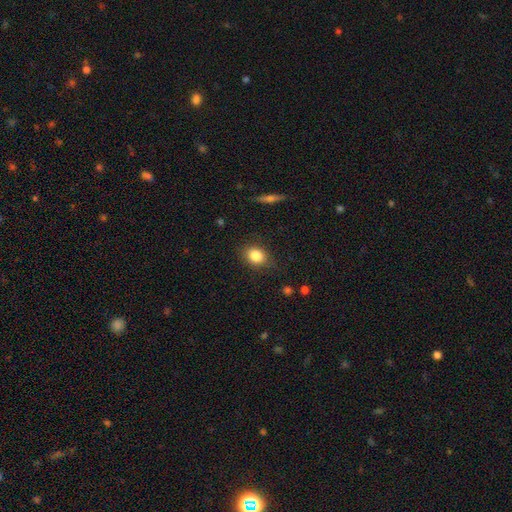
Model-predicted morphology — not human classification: smooth 84%, star or artifact 10%, featured or disk 7%. Down the decision tree: how rounded — round (51%); merging — none (81%).